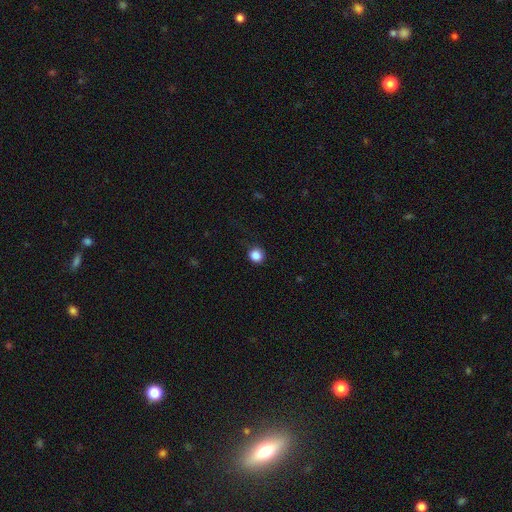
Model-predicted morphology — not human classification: This appears to be a smooth galaxy with no disk features (86%) that is round (92%). Merging: none (88%).